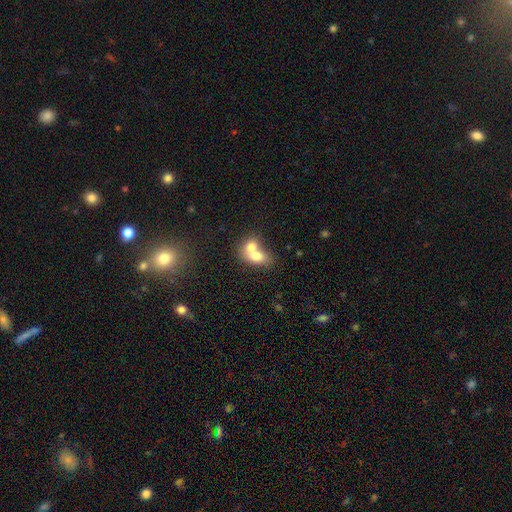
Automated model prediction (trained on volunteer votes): Smooth or featured? Predicted: smooth (p=0.71). How rounded? Predicted: in between (p=0.71). Merging? Predicted: merger (p=0.75).